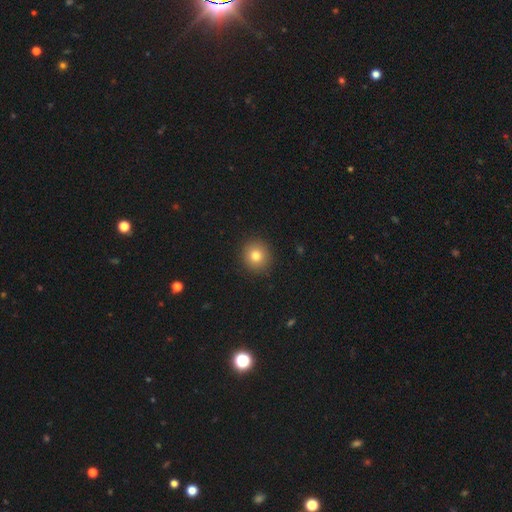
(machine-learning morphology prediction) Smooth or featured?
  - smooth: 79% *
  - star or artifact: 11%
  - featured or disk: 10%
How rounded?
  - round: 92% *
  - in between: 7%
  - cigar-shaped: 1%
Merging?
  - none: 92% *
  - minor disturbance: 6%
  - major disturbance: 2%
  - merger: 1%